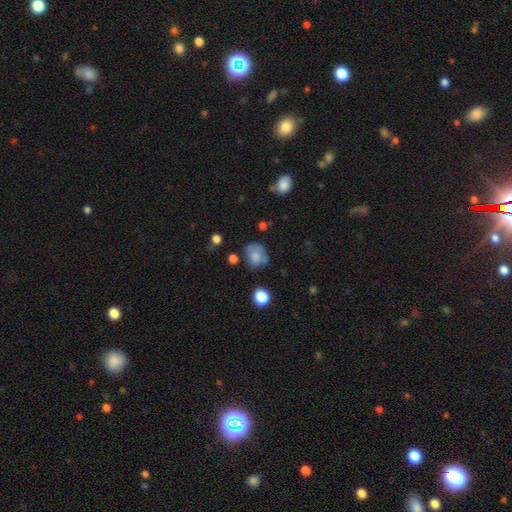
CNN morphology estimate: type=smooth (68%); roundness=round (58%); merging=none (45%).